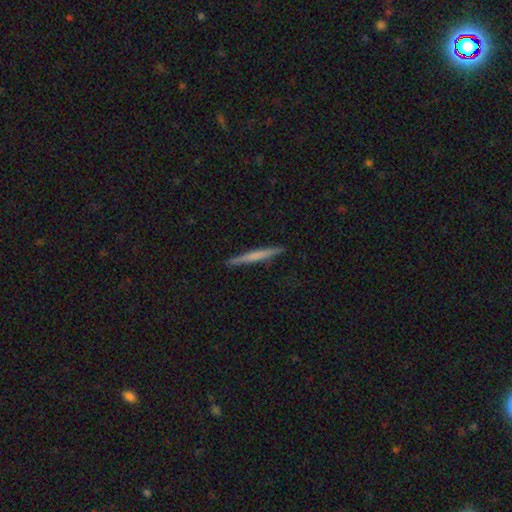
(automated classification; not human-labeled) Smooth or featured?
  - smooth: 51% *
  - featured or disk: 44%
  - star or artifact: 5%
How rounded?
  - cigar-shaped: 97% *
  - in between: 2%
  - round: 1%
Merging?
  - none: 91% *
  - minor disturbance: 6%
  - major disturbance: 1%
  - merger: 1%